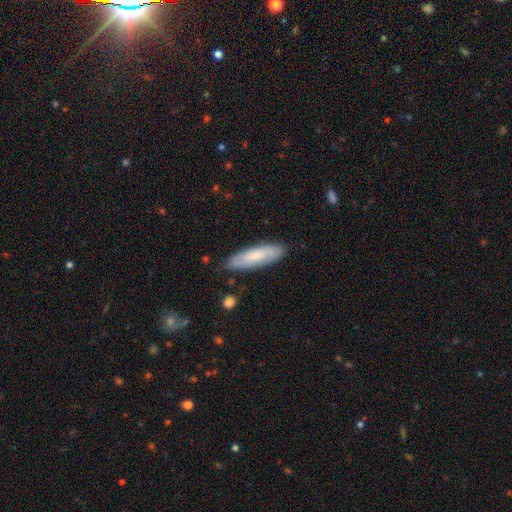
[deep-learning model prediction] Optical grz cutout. It shows a smooth galaxy with no disk features (73%) that is cigar-shaped (59%). Merging: none (82%).